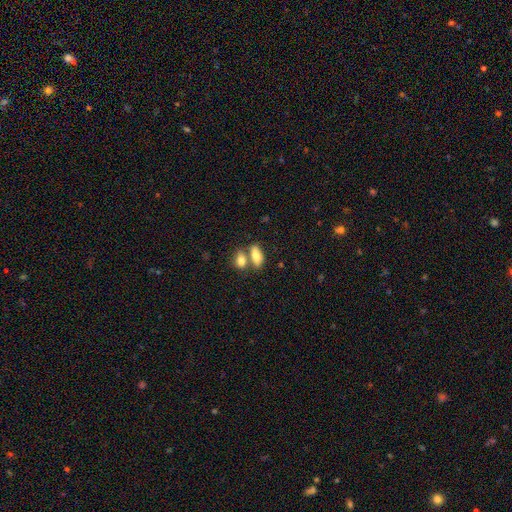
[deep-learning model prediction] Overall: smooth (81%). How rounded: in between (85%). Merging: merger (46%; none 42%).